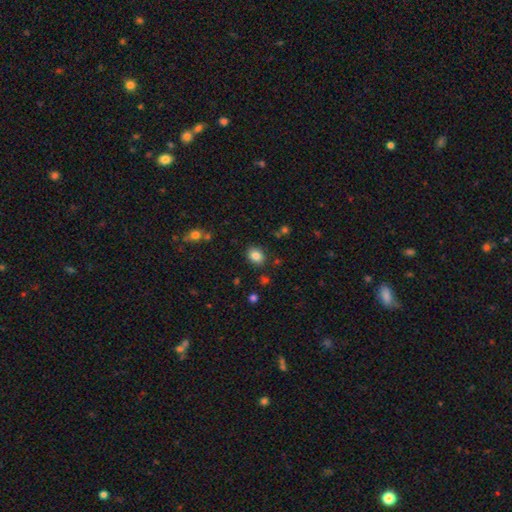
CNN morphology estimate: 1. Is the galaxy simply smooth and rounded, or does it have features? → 84% smooth, 10% star or artifact, 6% featured or disk.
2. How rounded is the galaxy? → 57% in between, 42% round, 1% cigar-shaped.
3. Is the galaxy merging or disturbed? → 85% none, 10% minor disturbance, 3% major disturbance, 2% merger.